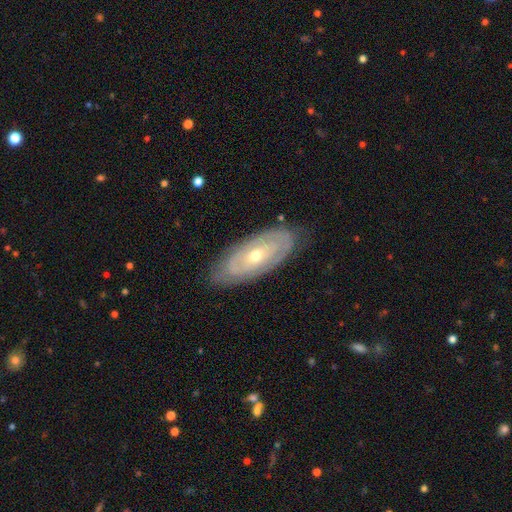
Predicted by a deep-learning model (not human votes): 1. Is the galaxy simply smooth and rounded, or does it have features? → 72% featured or disk, 22% smooth, 6% star or artifact.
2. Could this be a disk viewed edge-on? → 87% no, 13% yes.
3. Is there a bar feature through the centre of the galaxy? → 75% no, 19% weak, 6% strong.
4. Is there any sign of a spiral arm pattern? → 62% yes, 38% no.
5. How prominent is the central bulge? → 49% small, 48% moderate, 2% large, 1% none, 1% dominant.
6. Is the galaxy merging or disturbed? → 80% none, 15% minor disturbance, 4% major disturbance, 1% merger.